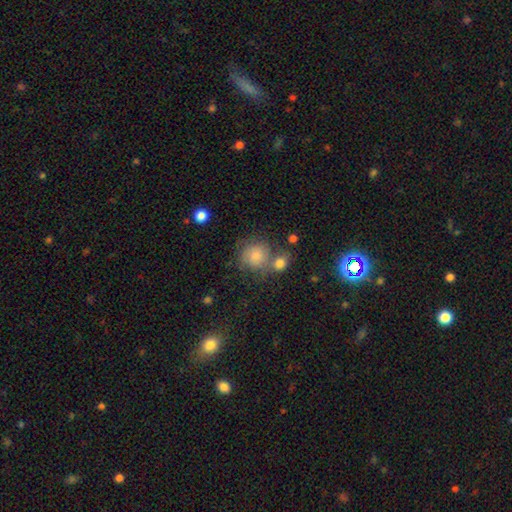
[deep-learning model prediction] A smooth galaxy with no disk features (73%) that is round (82%).

Vote fractions:
- Smooth or featured? smooth: 73% / featured or disk: 18% / star or artifact: 9%
- How rounded? round: 82% / in between: 17% / cigar-shaped: 1%
- Merging? none: 48% / merger: 28% / minor disturbance: 16% / major disturbance: 8%